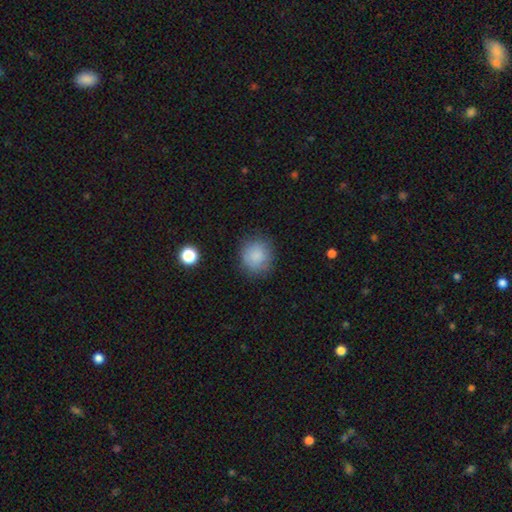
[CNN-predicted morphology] smooth_or_featured: smooth (p=0.86) [alt: star or artifact p=0.09]
how_rounded: round (p=0.85) [alt: in between p=0.14]
merging: none (p=0.83) [alt: minor disturbance p=0.12]